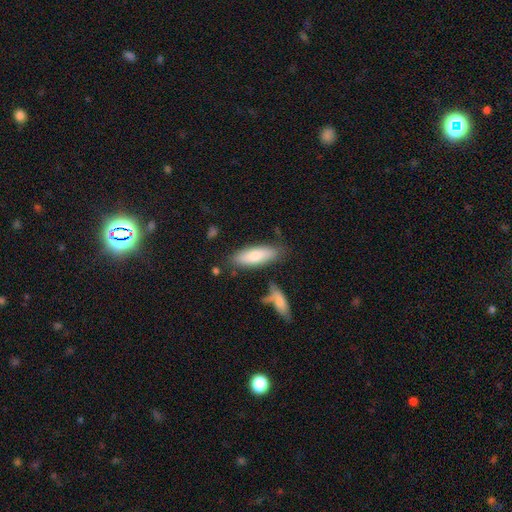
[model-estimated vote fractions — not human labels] The model was most divided on "how rounded": in between: 62%, cigar-shaped: 37%, round: 2%. More confident: smooth or featured — smooth (78%); merging — none (75%).